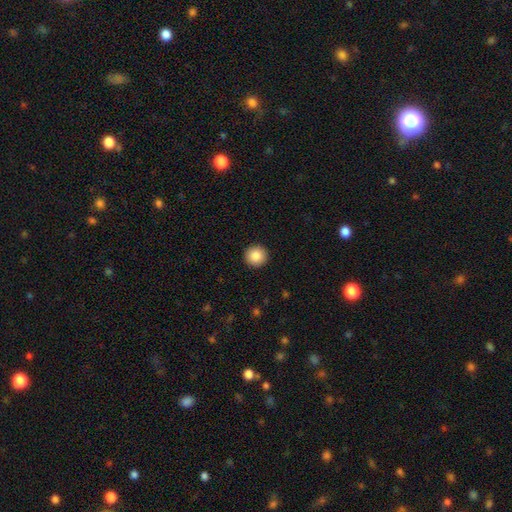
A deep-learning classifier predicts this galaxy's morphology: Q: Smooth or featured?
A: smooth (86%); runner-up: star or artifact (9%)
Q: How rounded?
A: round (95%); runner-up: in between (4%)
Q: Merging?
A: none (93%); runner-up: minor disturbance (4%)